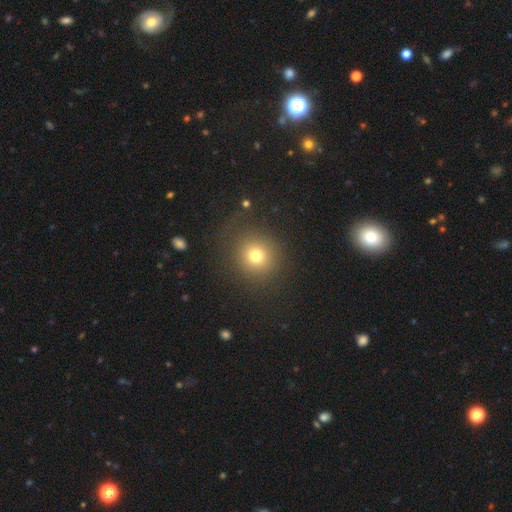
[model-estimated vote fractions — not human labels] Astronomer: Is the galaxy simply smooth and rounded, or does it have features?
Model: smooth — 73%.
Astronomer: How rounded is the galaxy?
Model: round — 90%.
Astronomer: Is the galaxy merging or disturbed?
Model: none — 82%.